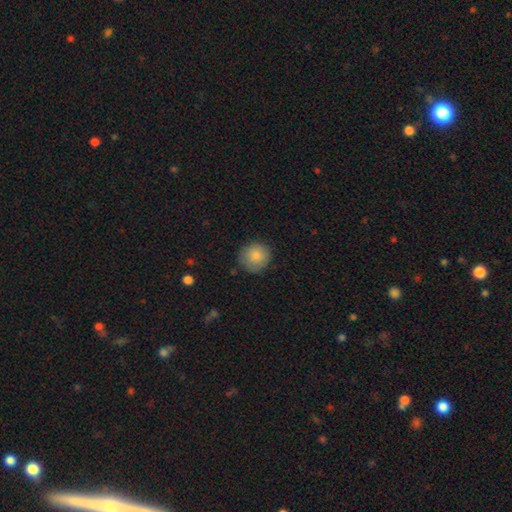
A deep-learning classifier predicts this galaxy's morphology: Overall: smooth (86%). How rounded: round (94%). Merging: none (85%).